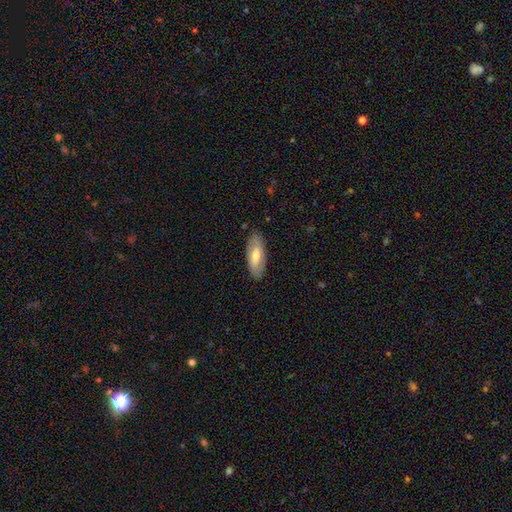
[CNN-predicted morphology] smooth 54%, featured or disk 40%, star or artifact 6%. Down the decision tree: how rounded — in between (76%); merging — none (86%).